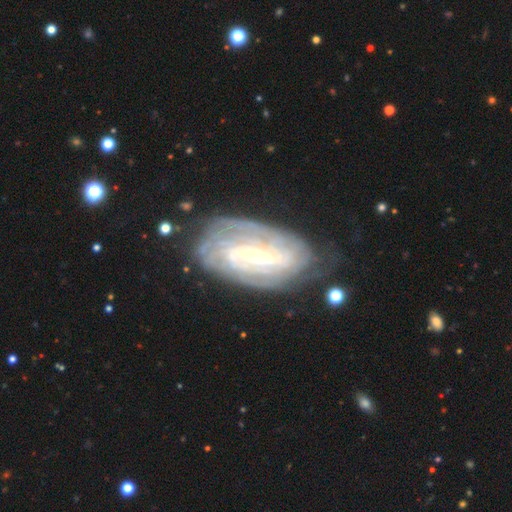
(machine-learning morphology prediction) Smooth or featured? Predicted: featured or disk (p=0.86). Edge-on disk? Predicted: no (p=0.94). Bar? Predicted: strong (p=0.40). Spiral arms? Predicted: yes (p=0.94). Spiral winding? Predicted: tight (p=0.66). Spiral arm count? Predicted: can't tell (p=0.37). Bulge size? Predicted: small (p=0.77). Merging? Predicted: none (p=0.72).